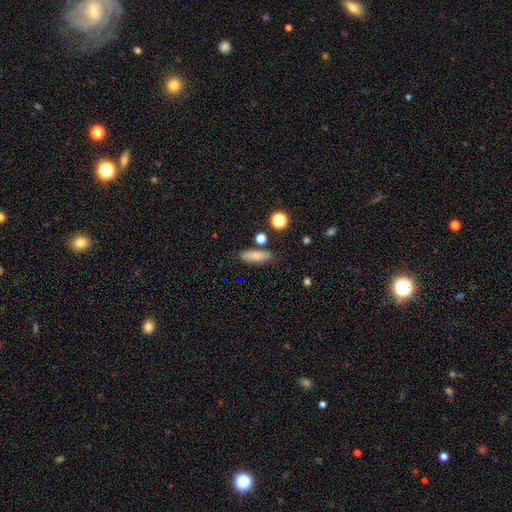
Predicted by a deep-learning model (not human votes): Smooth or featured? Predicted: smooth (p=0.76). How rounded? Predicted: in between (p=0.54). Merging? Predicted: none (p=0.79).